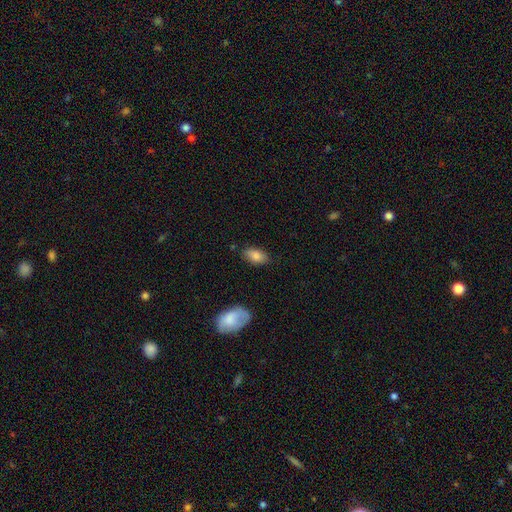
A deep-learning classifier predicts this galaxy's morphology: A smooth galaxy with no disk features (85%) that is in between round and cigar-shaped (92%). Merging: none (83%).